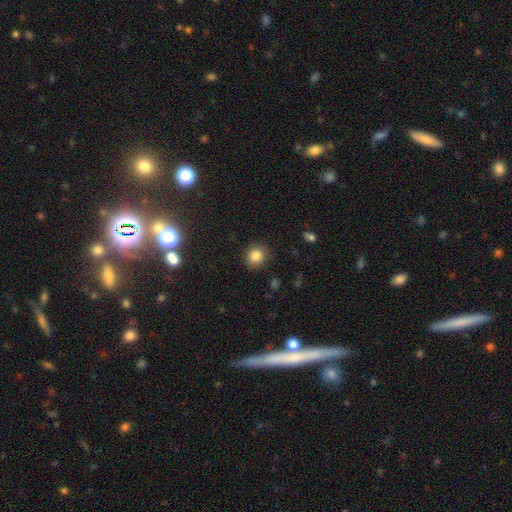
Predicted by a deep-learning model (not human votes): smooth_or_featured: smooth (p=0.83) [alt: star or artifact p=0.11]
how_rounded: round (p=0.85) [alt: in between p=0.14]
merging: none (p=0.87) [alt: minor disturbance p=0.09]